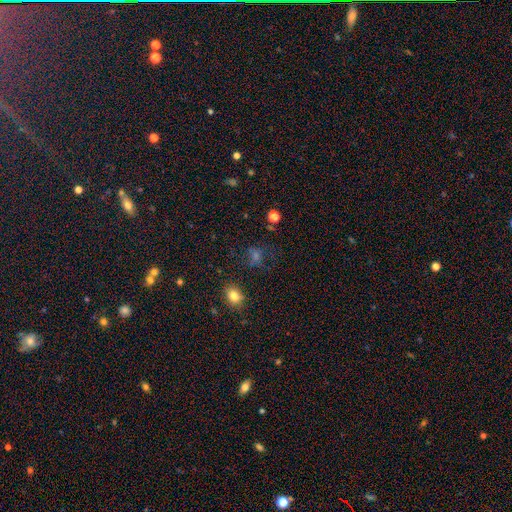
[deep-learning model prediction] Smooth or featured: smooth — 49% (star or artifact — 37%)
Merging: none — 68% (minor disturbance — 16%)